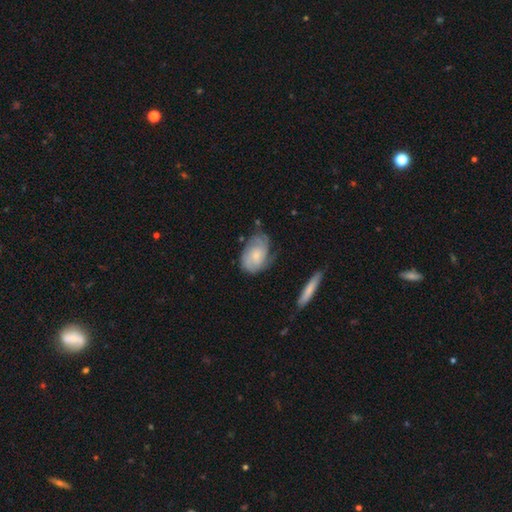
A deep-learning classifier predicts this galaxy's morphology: featured or disk 60%, smooth 33%, star or artifact 6%. Down the decision tree: edge-on disk — no (96%); bar — no (77%); spiral arms — yes (87%); spiral arm count — can't tell (43%); spiral winding — tight (58%); bulge size — small (64%); merging — none (60%).